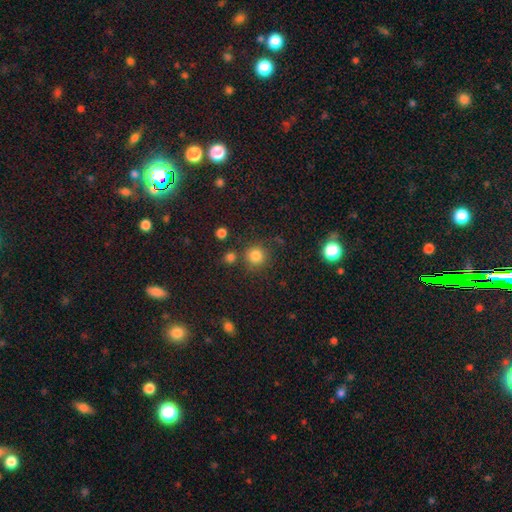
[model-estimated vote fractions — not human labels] smooth_or_featured: smooth (p=0.81) [alt: star or artifact p=0.14]
how_rounded: round (p=0.93) [alt: in between p=0.06]
merging: none (p=0.80) [alt: minor disturbance p=0.09]